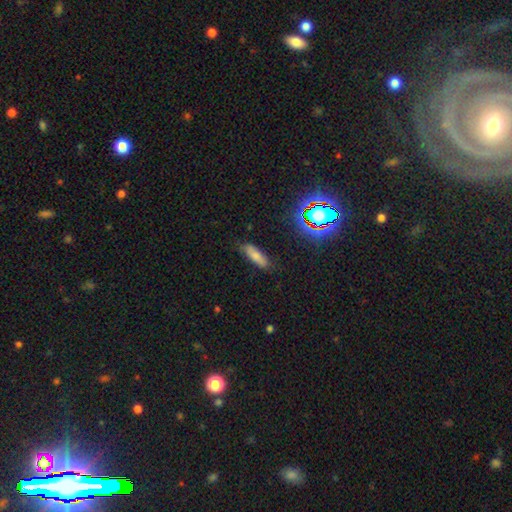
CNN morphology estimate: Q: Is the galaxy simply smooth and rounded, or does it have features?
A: smooth — 77%.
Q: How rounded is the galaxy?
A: in between — 51%.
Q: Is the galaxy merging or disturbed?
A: none — 81%.